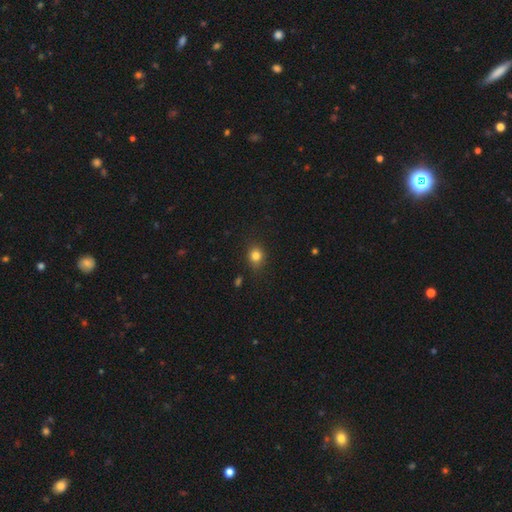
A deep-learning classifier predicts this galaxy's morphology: Q: Smooth or featured?
A: smooth (81%); runner-up: star or artifact (12%)
Q: How rounded?
A: round (68%); runner-up: in between (31%)
Q: Merging?
A: none (82%); runner-up: minor disturbance (13%)